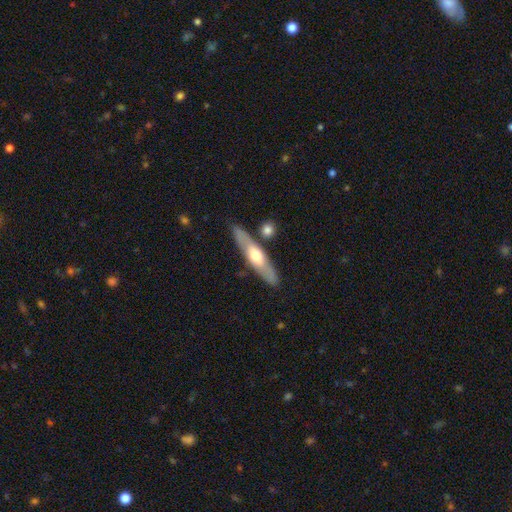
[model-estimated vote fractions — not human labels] This is possibly a featured or disk galaxy (53%). It is likely viewed edge-on (78%). Merging: clearly none (81%).